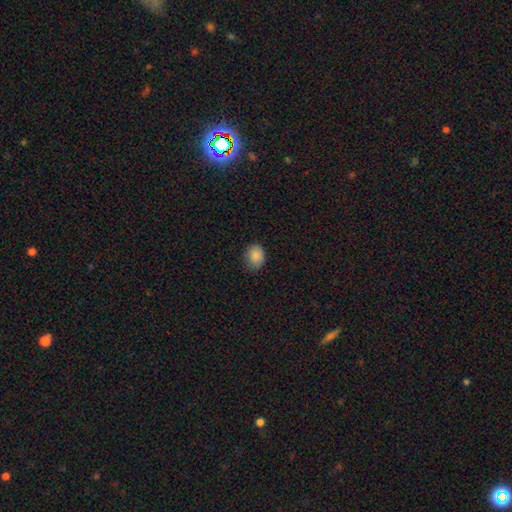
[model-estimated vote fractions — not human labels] Morphology: type=smooth (87%); roundness=in between (56%); merging=none (75%).